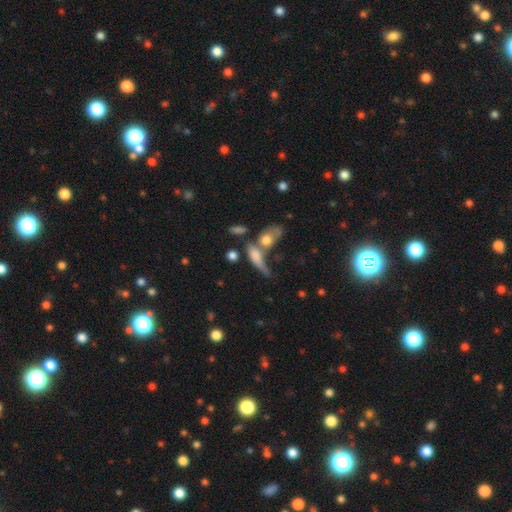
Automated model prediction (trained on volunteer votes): A smooth galaxy with no disk features (64%) that is in between round and cigar-shaped (54%).

Vote fractions:
- Smooth or featured? smooth: 64% / featured or disk: 27% / star or artifact: 10%
- How rounded? in between: 54% / cigar-shaped: 36% / round: 10%
- Merging? merger: 43% / none: 25% / major disturbance: 17% / minor disturbance: 15%